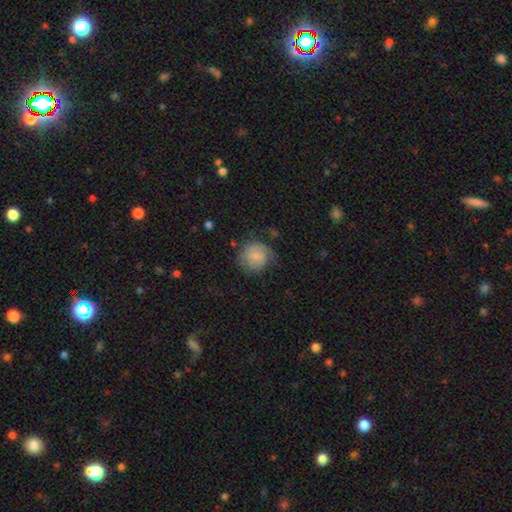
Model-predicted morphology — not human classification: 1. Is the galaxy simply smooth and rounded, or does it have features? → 67% smooth, 26% featured or disk, 7% star or artifact.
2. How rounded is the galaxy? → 86% round, 13% in between, 1% cigar-shaped.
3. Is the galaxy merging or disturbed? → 56% none, 27% minor disturbance, 15% major disturbance, 2% merger.